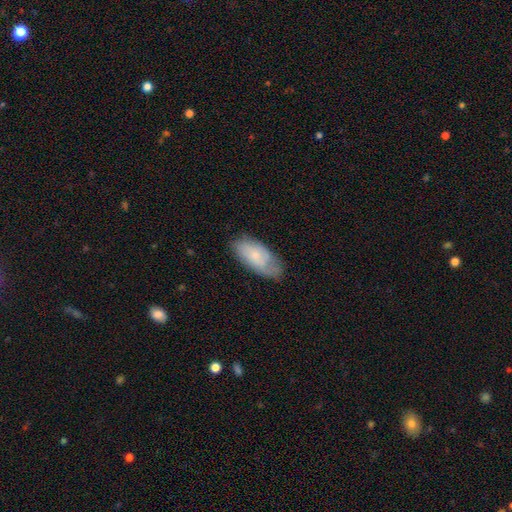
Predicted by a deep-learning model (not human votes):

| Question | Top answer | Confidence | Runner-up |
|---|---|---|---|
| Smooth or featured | smooth | 55% | featured or disk (39%) |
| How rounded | in between | 89% | cigar-shaped (8%) |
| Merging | none | 65% | minor disturbance (26%) |